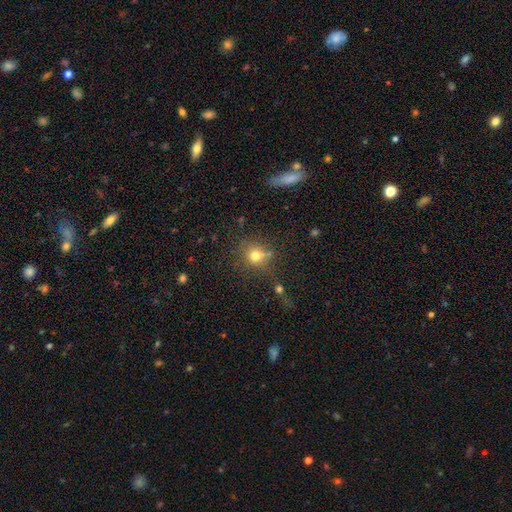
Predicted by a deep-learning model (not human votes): Morphology: type=smooth (73%); roundness=round (85%); merging=none (71%).